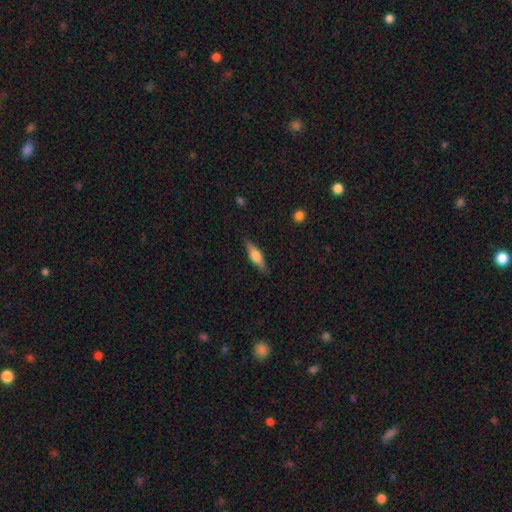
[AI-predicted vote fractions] Smooth or featured: smooth — 50% (featured or disk — 44%)
How rounded: cigar-shaped — 64% (in between — 33%)
Merging: none — 87% (minor disturbance — 10%)